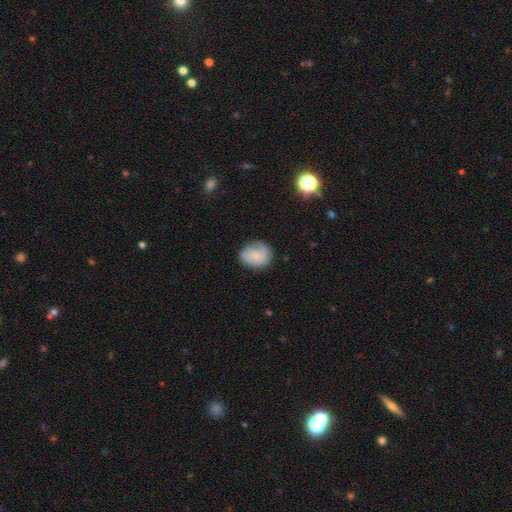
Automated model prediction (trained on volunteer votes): Overall: smooth (62%; featured or disk 30%). How rounded: round (67%; in between 32%). Merging: none (73%).